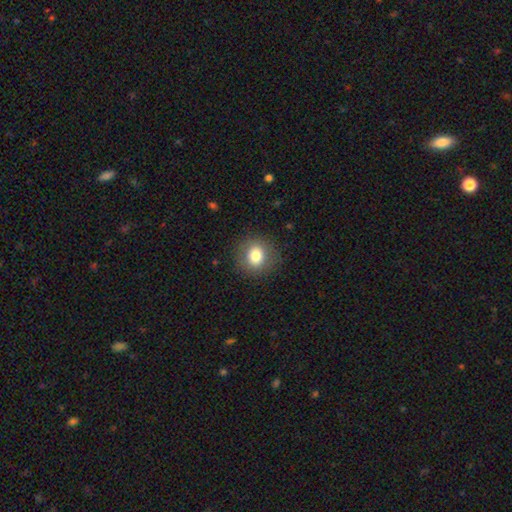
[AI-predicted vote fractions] Smooth or featured?
  - smooth: 79% *
  - featured or disk: 11%
  - star or artifact: 10%
How rounded?
  - round: 80% *
  - in between: 19%
  - cigar-shaped: 1%
Merging?
  - none: 88% *
  - minor disturbance: 8%
  - major disturbance: 3%
  - merger: 1%